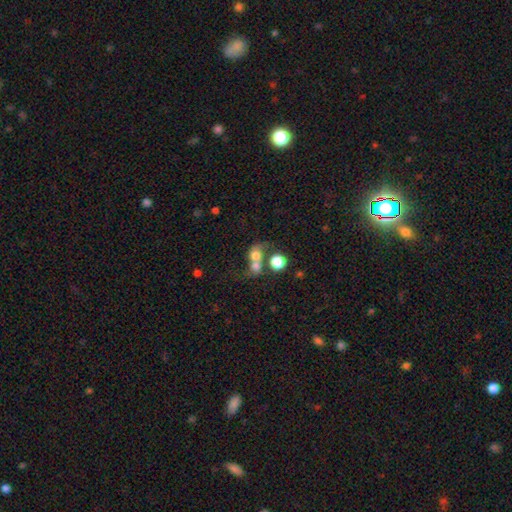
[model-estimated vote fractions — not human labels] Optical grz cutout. It shows a smooth galaxy with no disk features (64%) that is round (66%). Merging: merger (61%).